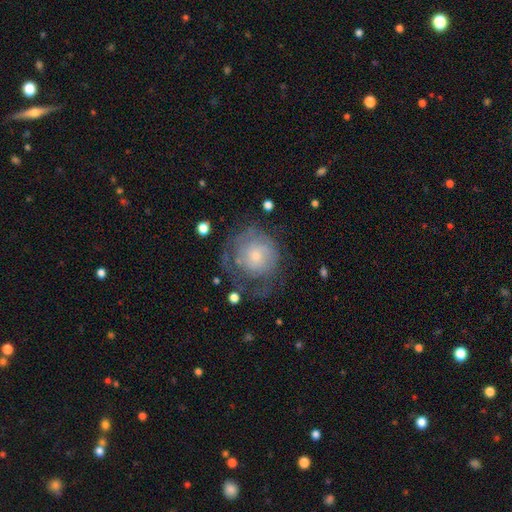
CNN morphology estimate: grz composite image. It shows a featured or disk galaxy (57%) with no bar (81%), spiral arms (68%) and a small central bulge (65%). Merging: none (50%).